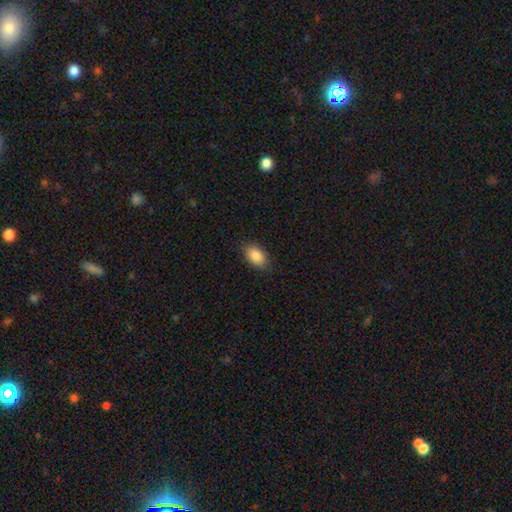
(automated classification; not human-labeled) smooth_or_featured: smooth (p=0.88) [alt: star or artifact p=0.07]
how_rounded: in between (p=0.90) [alt: round p=0.08]
merging: none (p=0.85) [alt: minor disturbance p=0.11]